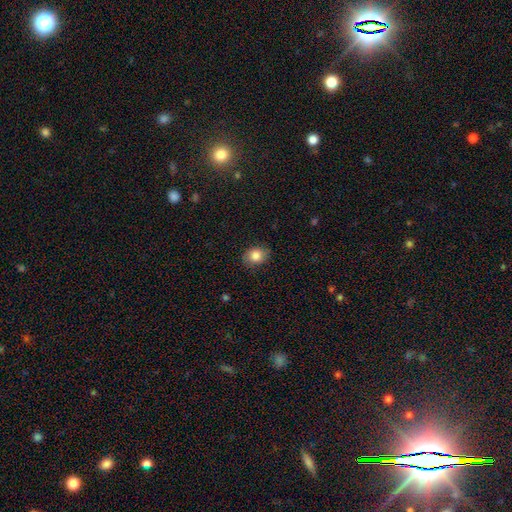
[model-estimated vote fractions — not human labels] smooth_or_featured: smooth (p=0.84) [alt: star or artifact p=0.09]
how_rounded: round (p=0.53) [alt: in between p=0.46]
merging: none (p=0.81) [alt: minor disturbance p=0.14]